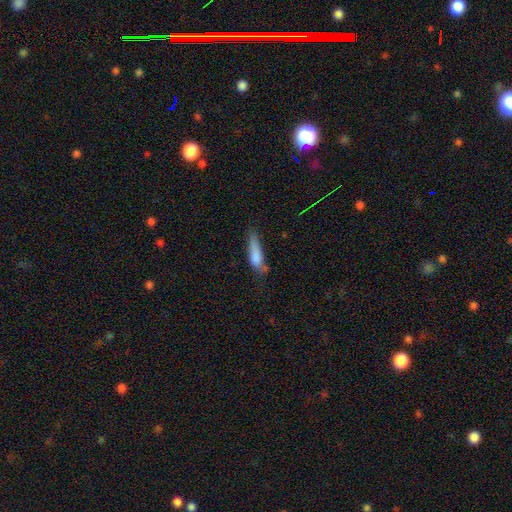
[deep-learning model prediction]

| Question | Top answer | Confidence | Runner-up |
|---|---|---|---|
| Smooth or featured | smooth | 76% | featured or disk (16%) |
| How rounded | cigar-shaped | 64% | in between (34%) |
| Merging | none | 38% | minor disturbance (36%) |